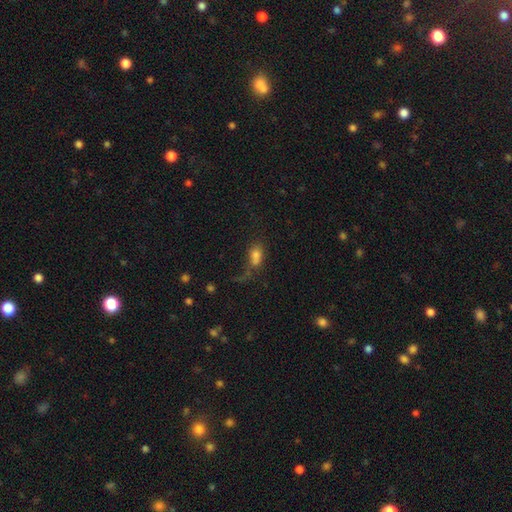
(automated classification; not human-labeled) A smooth galaxy with no disk features (70%) that is in between round and cigar-shaped (77%). Merging: none (31%).